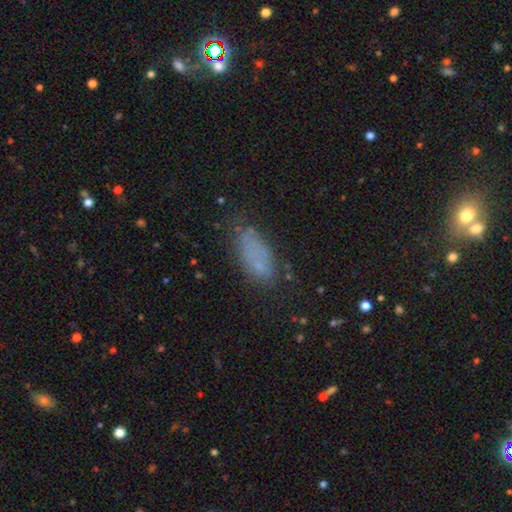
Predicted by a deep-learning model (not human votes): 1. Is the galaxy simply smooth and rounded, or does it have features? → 68% smooth, 17% featured or disk, 15% star or artifact.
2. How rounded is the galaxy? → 83% in between, 13% cigar-shaped, 4% round.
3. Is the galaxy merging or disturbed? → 56% none, 26% minor disturbance, 14% major disturbance, 4% merger.